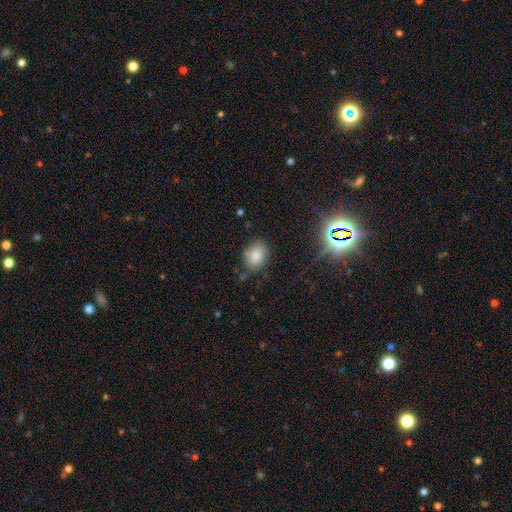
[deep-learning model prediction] A smooth galaxy with no disk features (81%) that is in between round and cigar-shaped (57%). Merging: none (75%).